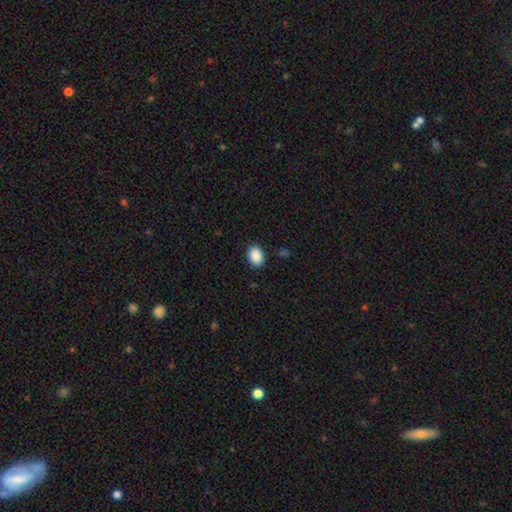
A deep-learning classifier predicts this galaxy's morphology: A smooth galaxy with no disk features (90%) that is in between round and cigar-shaped (79%). Merging: none (88%).